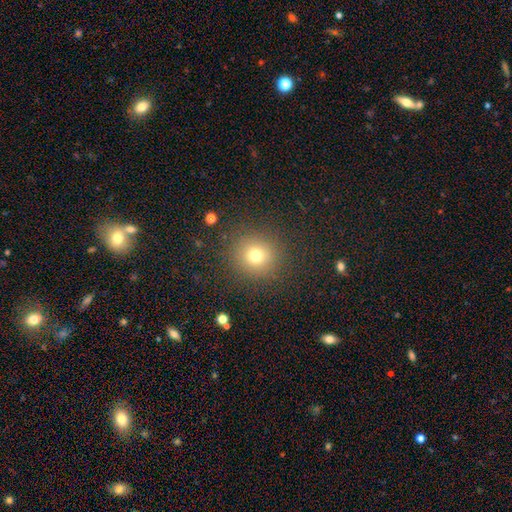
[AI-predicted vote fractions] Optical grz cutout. It shows a smooth galaxy with no disk features (75%) that is round (90%). Merging: none (88%).